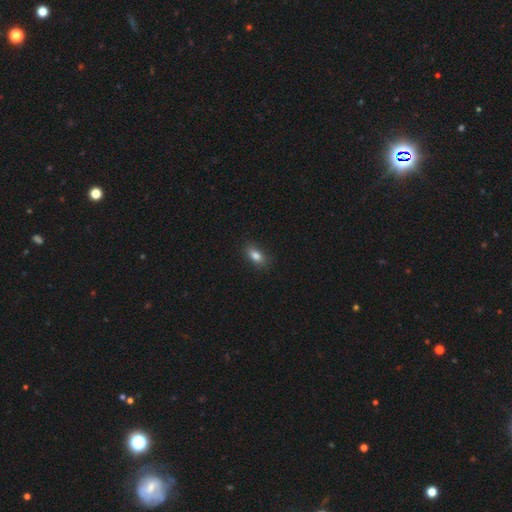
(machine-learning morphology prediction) Smooth or featured? smooth (83%)
How rounded? in between (84%)
Merging? none (83%)